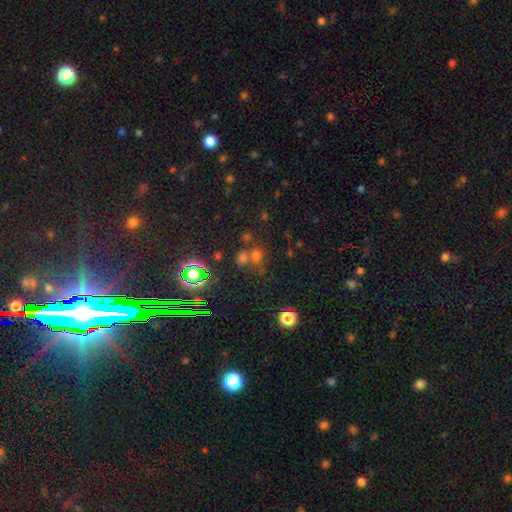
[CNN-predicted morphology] A smooth galaxy with no disk features (52%) that is round (68%). Merging: none (46%).